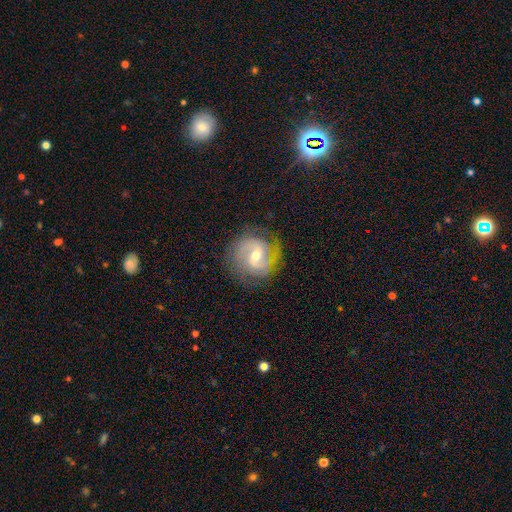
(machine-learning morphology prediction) A featured or disk galaxy (82%) with a weak bar (55%), 2 (75%) tight (45%) spiral arms (94%) and a moderate central bulge (59%). Merging: none (76%).